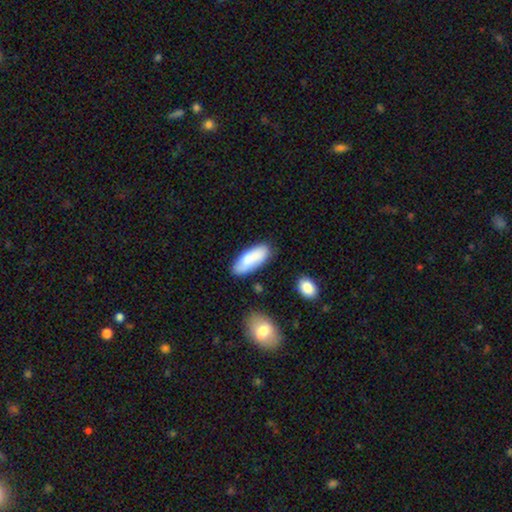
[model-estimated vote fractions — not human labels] Smooth or featured? smooth (76%)
How rounded? in between (75%)
Merging? none (70%)